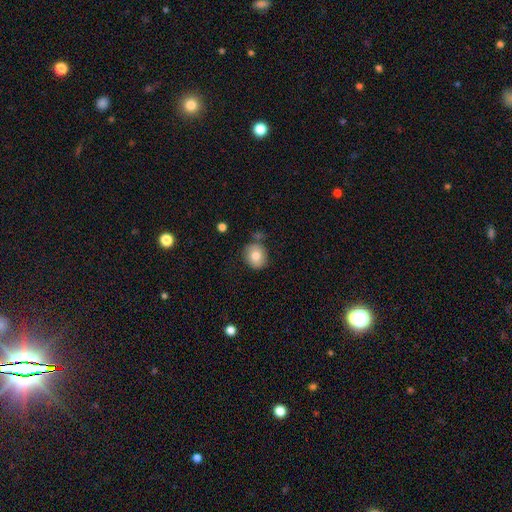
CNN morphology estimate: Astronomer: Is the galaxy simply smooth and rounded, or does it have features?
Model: smooth — 80%.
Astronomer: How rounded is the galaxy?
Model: round — 70%.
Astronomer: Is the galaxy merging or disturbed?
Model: none — 75%.